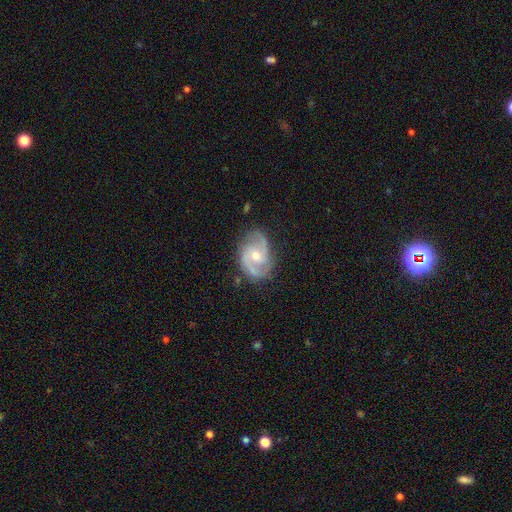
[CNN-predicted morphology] Smooth or featured? Predicted: featured or disk (p=0.88). Edge-on disk? Predicted: no (p=0.97). Bar? Predicted: no (p=0.55). Spiral arms? Predicted: yes (p=0.97). Spiral winding? Predicted: medium (p=0.55). Spiral arm count? Predicted: 2 (p=0.85). Bulge size? Predicted: moderate (p=0.55). Merging? Predicted: none (p=0.78).